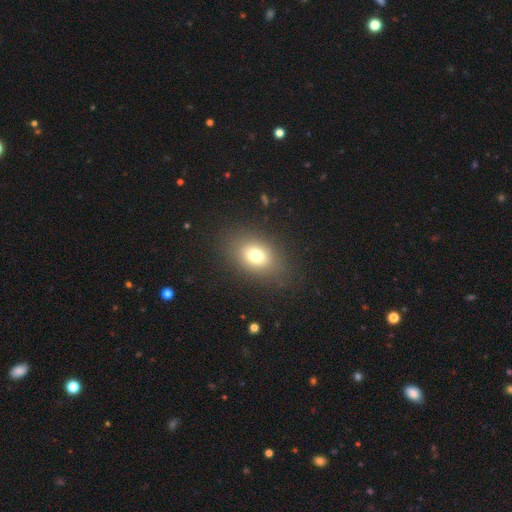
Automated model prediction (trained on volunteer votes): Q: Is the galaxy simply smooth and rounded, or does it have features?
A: smooth — 74%.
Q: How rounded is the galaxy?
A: in between — 72%.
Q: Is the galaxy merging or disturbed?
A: none — 82%.